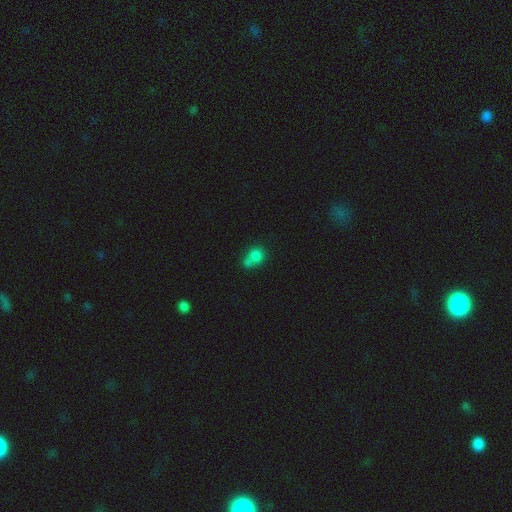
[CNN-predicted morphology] Smooth or featured? smooth (78%)
How rounded? round (65%)
Merging? merger (43%)